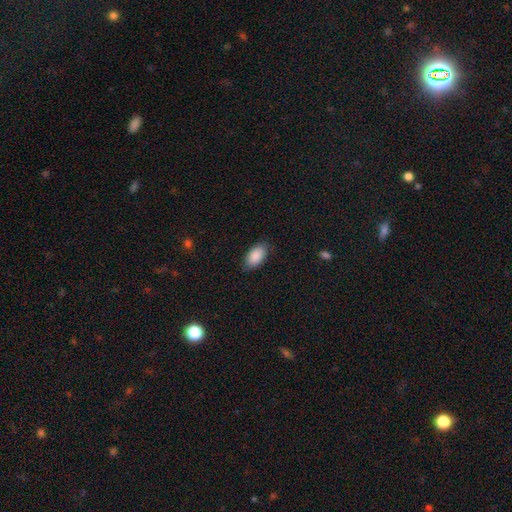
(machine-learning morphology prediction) Smooth or featured: smooth — 89% (star or artifact — 6%)
How rounded: in between — 95% (round — 3%)
Merging: none — 82% (minor disturbance — 14%)